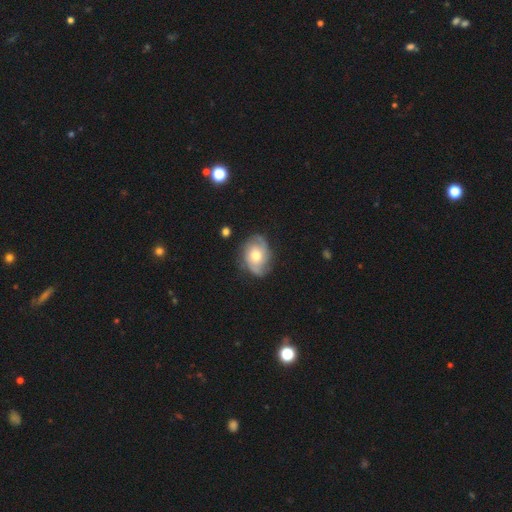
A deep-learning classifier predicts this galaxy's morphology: This appears to be a featured or disk galaxy (69%) with no bar (75%), 2 (51%) medium (41%) spiral arms (89%) and a moderate central bulge (71%). Merging: none (70%).